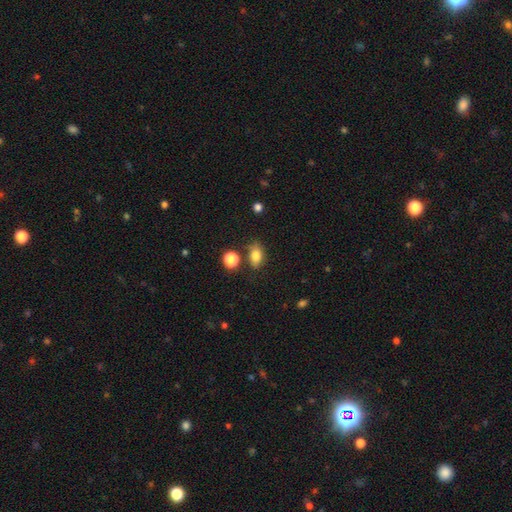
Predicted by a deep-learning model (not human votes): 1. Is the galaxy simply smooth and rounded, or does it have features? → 80% smooth, 11% star or artifact, 9% featured or disk.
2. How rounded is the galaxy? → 80% in between, 18% round, 2% cigar-shaped.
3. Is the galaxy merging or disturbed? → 63% none, 21% minor disturbance, 9% merger, 7% major disturbance.